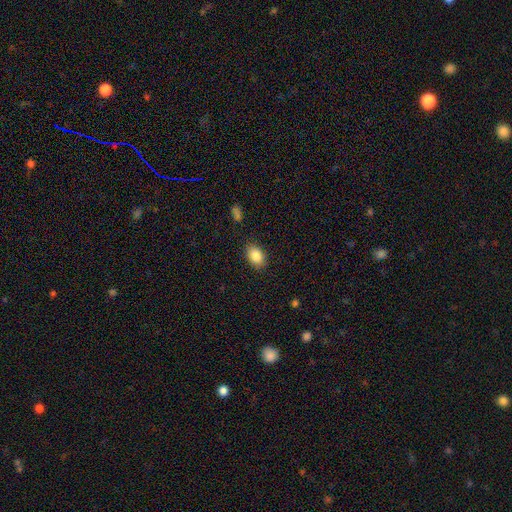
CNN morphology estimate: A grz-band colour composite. It shows a smooth galaxy with no disk features (88%) that is in between round and cigar-shaped (84%). Merging: none (86%).